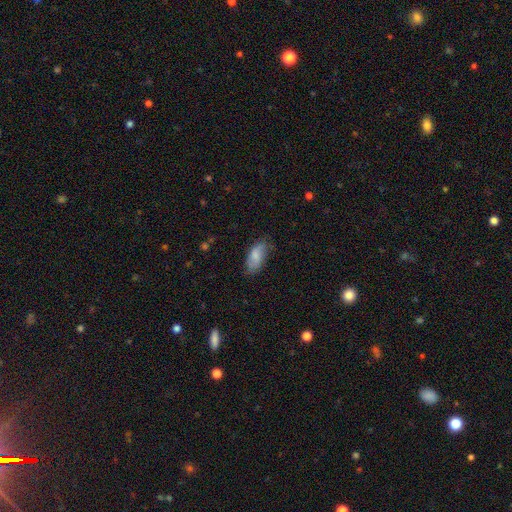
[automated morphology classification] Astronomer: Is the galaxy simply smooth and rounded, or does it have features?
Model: smooth — 77%.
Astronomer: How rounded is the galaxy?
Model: in between — 90%.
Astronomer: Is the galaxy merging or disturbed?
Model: none — 67%.